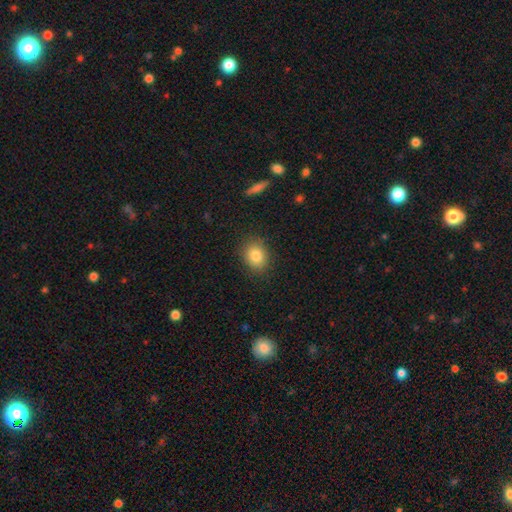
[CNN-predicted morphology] This is clearly a smooth galaxy (83%). How rounded: possibly round (54%). Merging: clearly none (87%).